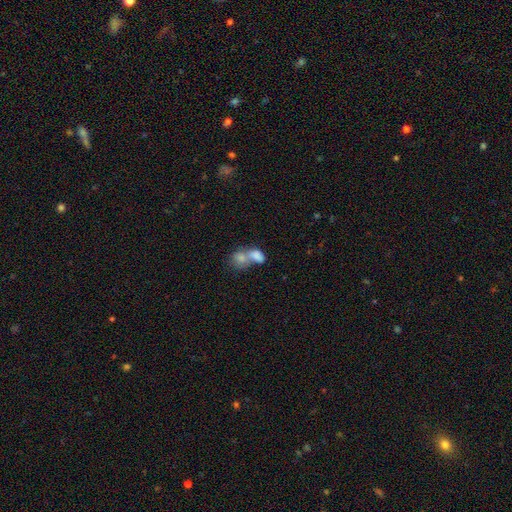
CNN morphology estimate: smooth_or_featured: smooth (p=0.79) [alt: featured or disk p=0.13]
how_rounded: in between (p=0.74) [alt: round p=0.24]
merging: merger (p=0.73) [alt: none p=0.17]